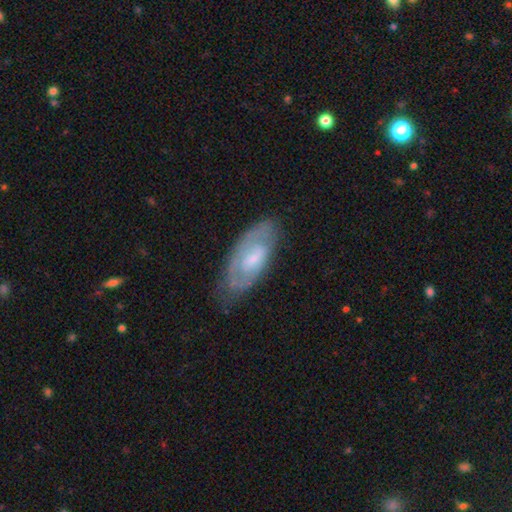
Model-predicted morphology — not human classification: A featured or disk galaxy (64%) with no bar (46%), spiral arms (67%) and a moderate central bulge (43%).

Vote fractions:
- Smooth or featured? featured or disk: 64% / smooth: 30% / star or artifact: 6%
- Edge-on disk? no: 87% / yes: 13%
- Bar? no: 46% / weak: 44% / strong: 11%
- Spiral arms? yes: 67% / no: 33%
- Bulge size? moderate: 43% / small: 40% / none: 10% / large: 6% / dominant: 1%
- Merging? none: 69% / minor disturbance: 23% / major disturbance: 7% / merger: 1%